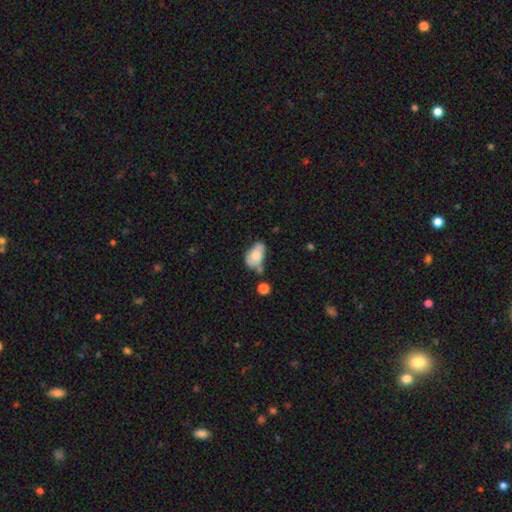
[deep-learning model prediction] Morphology: type=smooth (72%); roundness=in between (91%); merging=none (39%).